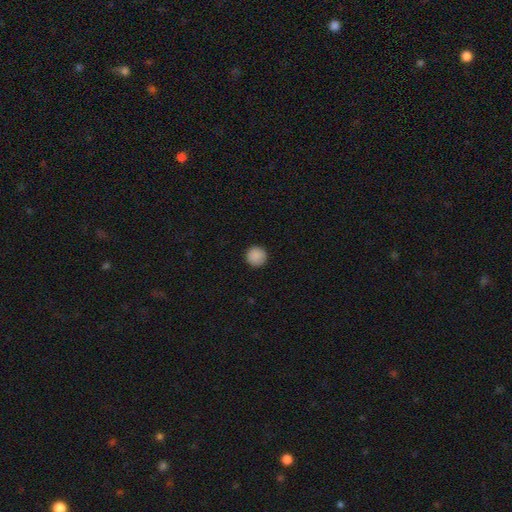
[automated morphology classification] smooth_or_featured: smooth (p=0.89) [alt: star or artifact p=0.08]
how_rounded: round (p=0.96) [alt: in between p=0.03]
merging: none (p=0.92) [alt: minor disturbance p=0.05]